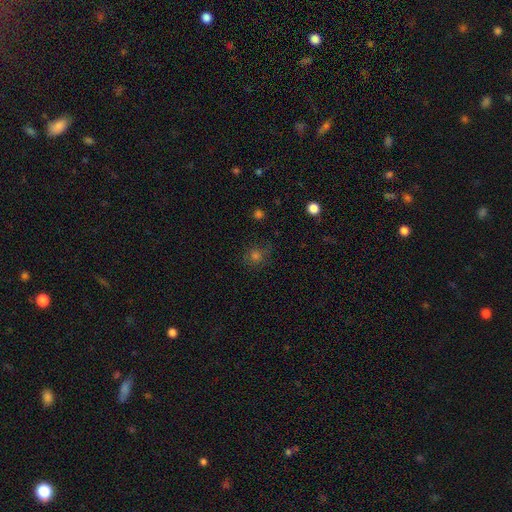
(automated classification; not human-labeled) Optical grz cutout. It shows a smooth galaxy with no disk features (62%) that is round (85%). Merging: none (77%).